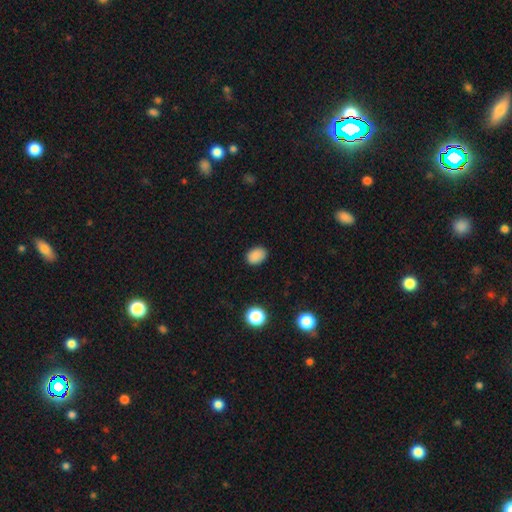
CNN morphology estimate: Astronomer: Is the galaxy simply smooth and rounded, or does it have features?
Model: smooth — 86%.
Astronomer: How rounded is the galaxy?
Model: in between — 71%.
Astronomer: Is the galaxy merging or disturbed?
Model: none — 86%.